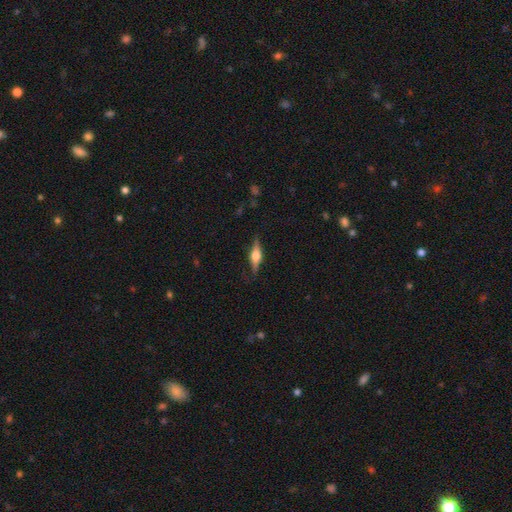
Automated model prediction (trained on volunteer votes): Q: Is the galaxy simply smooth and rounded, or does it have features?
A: featured or disk — 68%.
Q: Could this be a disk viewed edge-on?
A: yes — 96%.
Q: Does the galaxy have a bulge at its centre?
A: rounded — 91%.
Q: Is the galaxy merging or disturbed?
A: none — 83%.